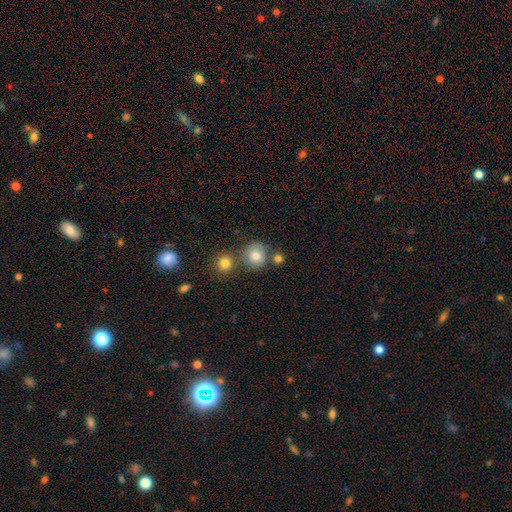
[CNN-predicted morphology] A smooth galaxy with no disk features (79%) that is round (87%). Merging: none (67%).